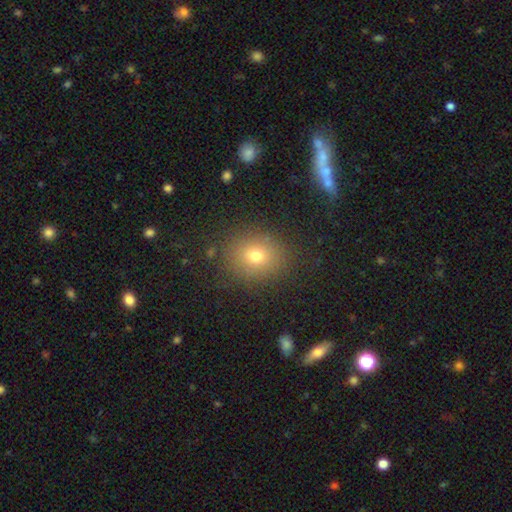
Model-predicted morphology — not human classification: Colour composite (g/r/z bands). It shows a smooth galaxy with no disk features (72%) that is round (68%). Merging: none (85%).